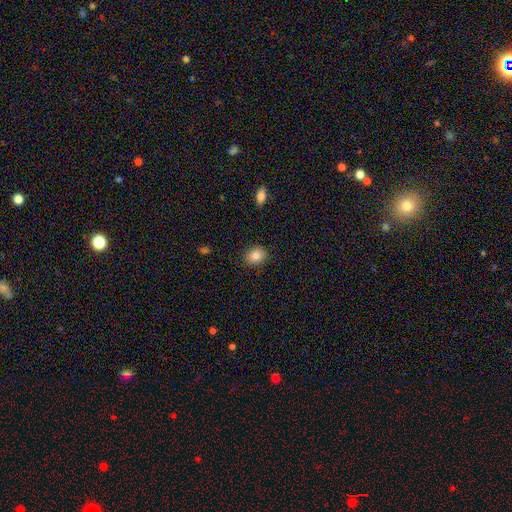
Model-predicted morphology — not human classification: A smooth galaxy with no disk features (84%) that is round (56%). Merging: none (88%).